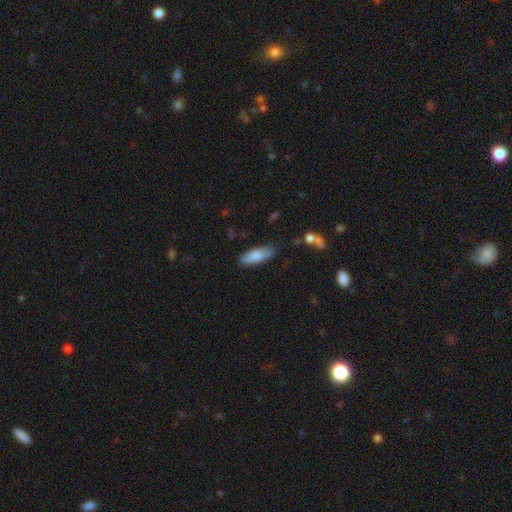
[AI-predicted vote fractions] Overall: smooth (80%). How rounded: in between (69%; cigar-shaped 29%). Merging: none (74%).